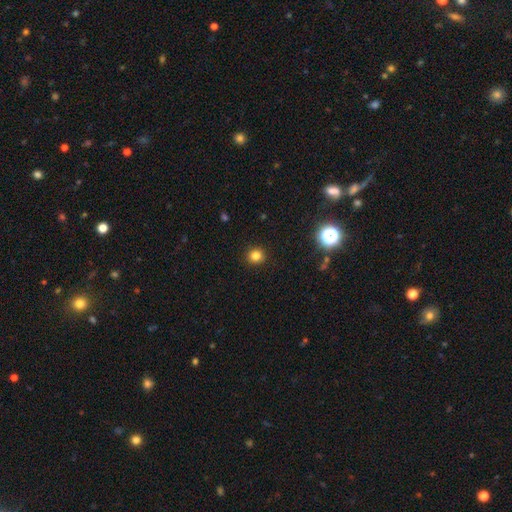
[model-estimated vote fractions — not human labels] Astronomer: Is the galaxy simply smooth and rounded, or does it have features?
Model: smooth — 81%.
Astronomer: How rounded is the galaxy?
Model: round — 90%.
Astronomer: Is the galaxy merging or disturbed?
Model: none — 92%.